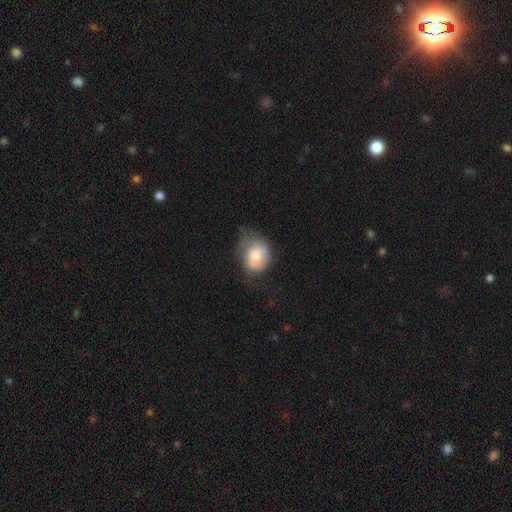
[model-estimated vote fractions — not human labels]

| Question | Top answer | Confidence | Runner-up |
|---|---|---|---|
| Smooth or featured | smooth | 73% | featured or disk (19%) |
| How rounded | round | 52% | in between (47%) |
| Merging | minor disturbance | 40% | none (35%) |